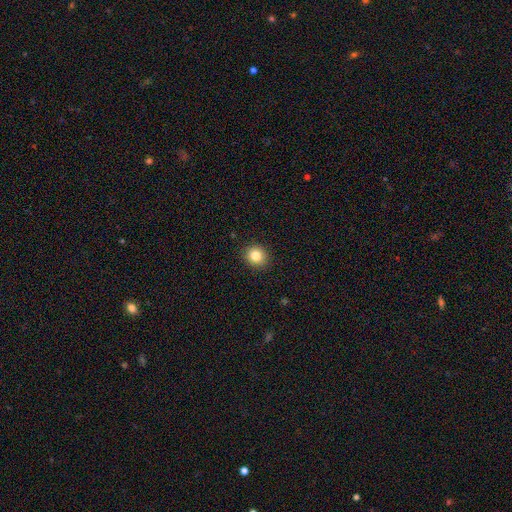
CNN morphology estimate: Overall: smooth (82%). How rounded: round (83%). Merging: none (91%).